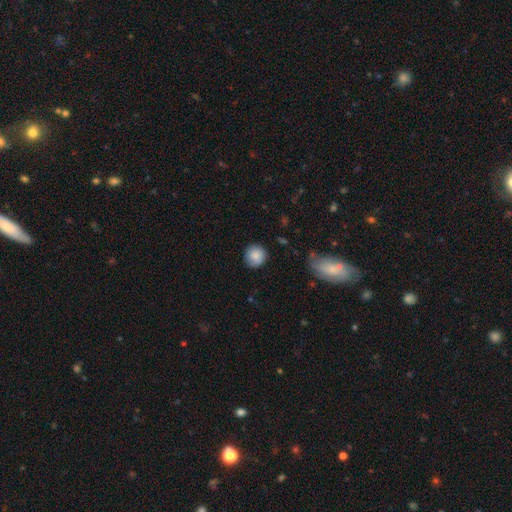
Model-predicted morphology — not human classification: smooth 84%, featured or disk 9%, star or artifact 8%. Down the decision tree: how rounded — round (93%); merging — none (85%).